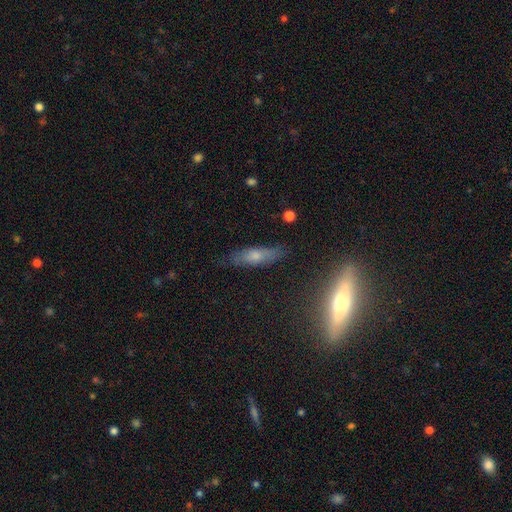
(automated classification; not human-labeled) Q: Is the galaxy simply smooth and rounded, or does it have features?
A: smooth — 57%.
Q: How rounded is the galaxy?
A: cigar-shaped — 61%.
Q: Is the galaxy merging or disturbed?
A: none — 79%.